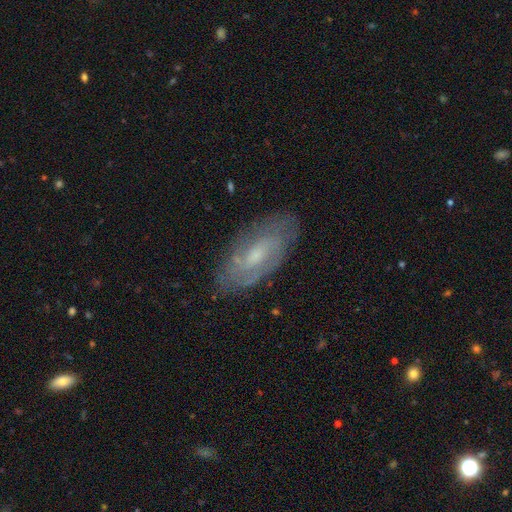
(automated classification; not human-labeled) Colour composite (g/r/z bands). It shows a featured or disk galaxy (69%) with a weak bar (46%, tied with no), tight (52%) spiral arms (82%) and a moderate central bulge (47%). Merging: none (78%).